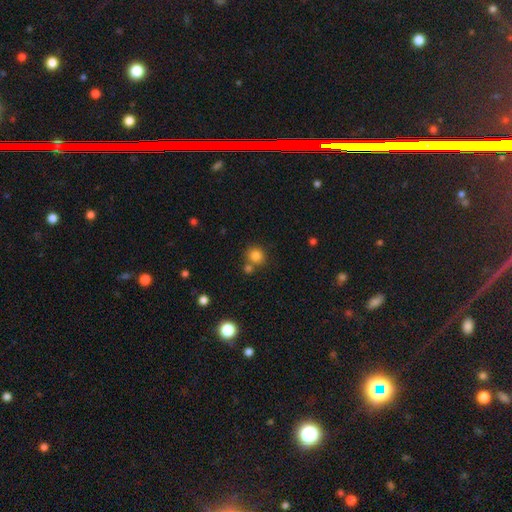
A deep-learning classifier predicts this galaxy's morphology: A smooth galaxy with no disk features (82%) that is round (87%). Merging: none (67%).